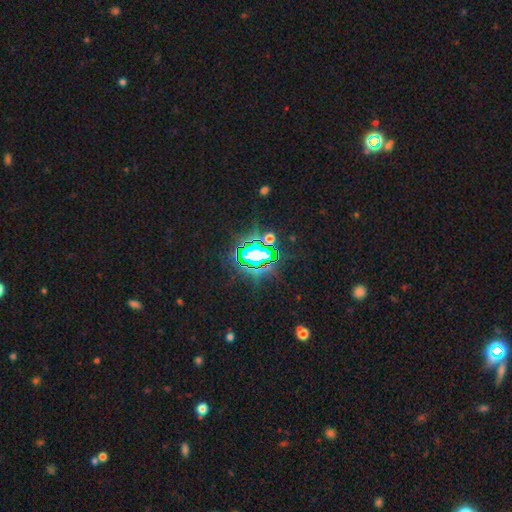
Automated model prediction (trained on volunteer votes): Overall: star or artifact (78%).